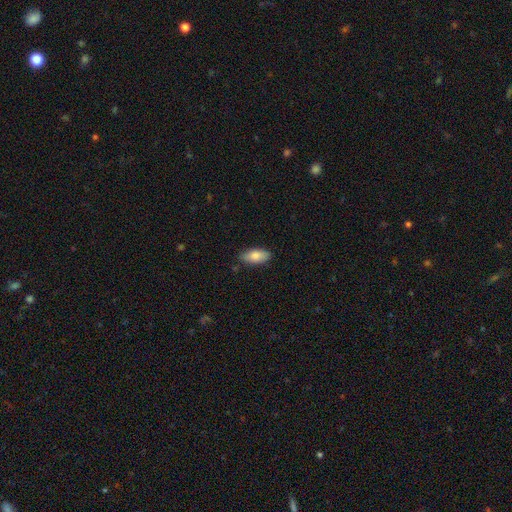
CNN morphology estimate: This is clearly a smooth galaxy (82%). How rounded: clearly in between (87%). Merging: clearly none (84%).